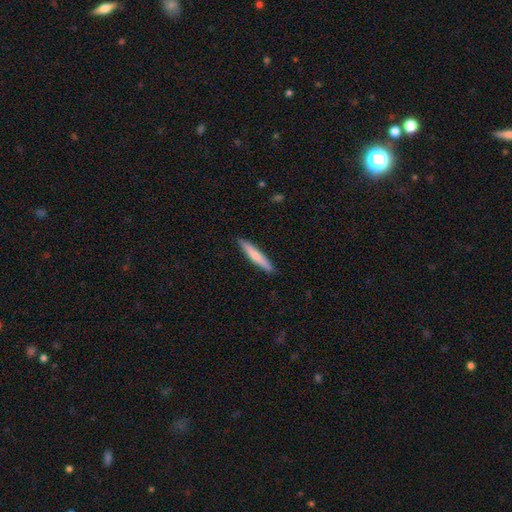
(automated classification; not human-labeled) Morphology: type=smooth (72%); roundness=cigar-shaped (93%); merging=none (90%).